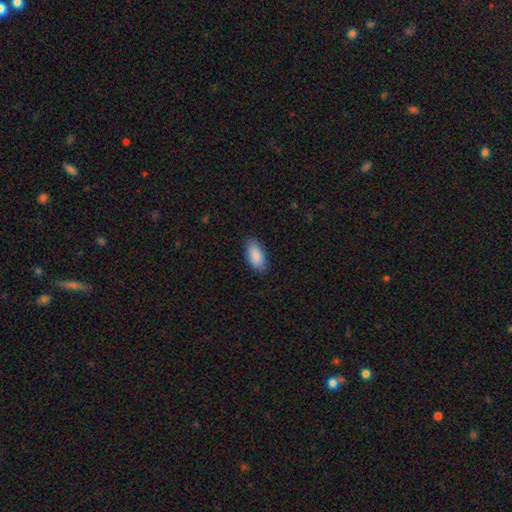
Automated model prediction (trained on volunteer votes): Smooth or featured: smooth — 89% (star or artifact — 6%)
How rounded: in between — 92% (cigar-shaped — 6%)
Merging: none — 85% (minor disturbance — 12%)